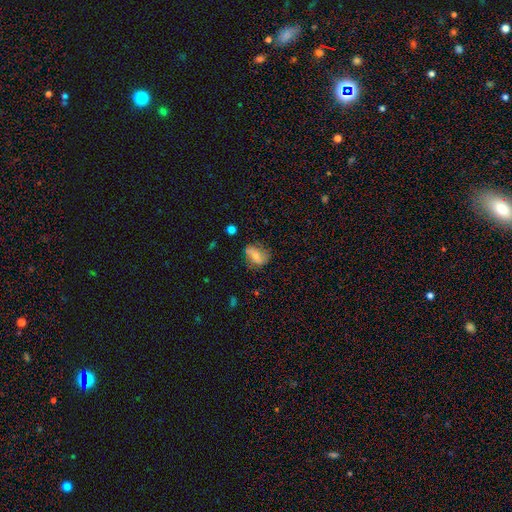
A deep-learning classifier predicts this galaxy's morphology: Smooth or featured?
  - smooth: 47% *
  - featured or disk: 44%
  - star or artifact: 9%
Merging?
  - none: 63% *
  - minor disturbance: 25%
  - major disturbance: 10%
  - merger: 2%